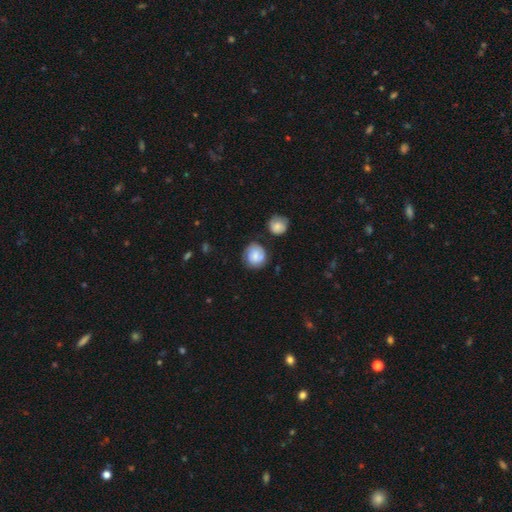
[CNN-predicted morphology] smooth_or_featured: smooth (p=0.70) [alt: featured or disk p=0.23]
how_rounded: round (p=0.87) [alt: in between p=0.12]
merging: none (p=0.73) [alt: minor disturbance p=0.17]